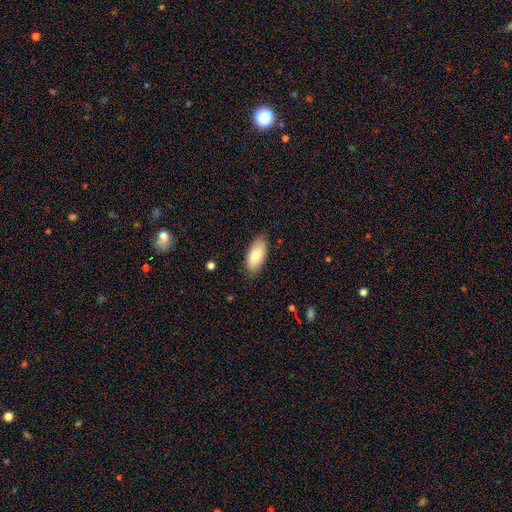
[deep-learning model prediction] Morphology: type=smooth (83%); roundness=in between (90%); merging=none (84%).